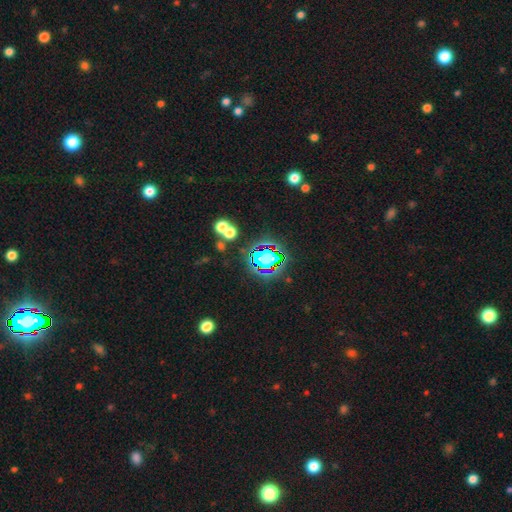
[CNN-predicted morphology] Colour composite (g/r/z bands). It shows a star or artifact, not a galaxy (81%).